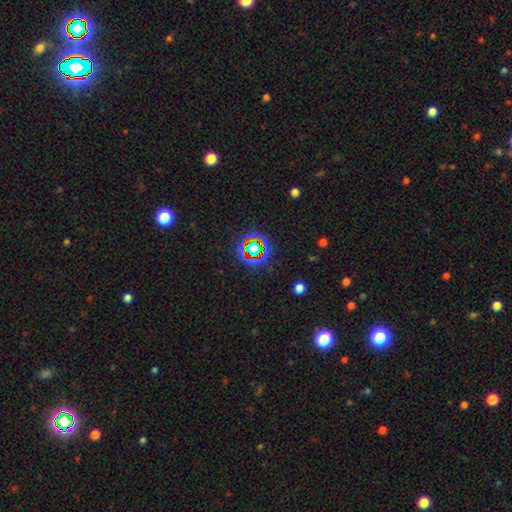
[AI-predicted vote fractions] Smooth or featured: star or artifact — 69% (smooth — 19%)